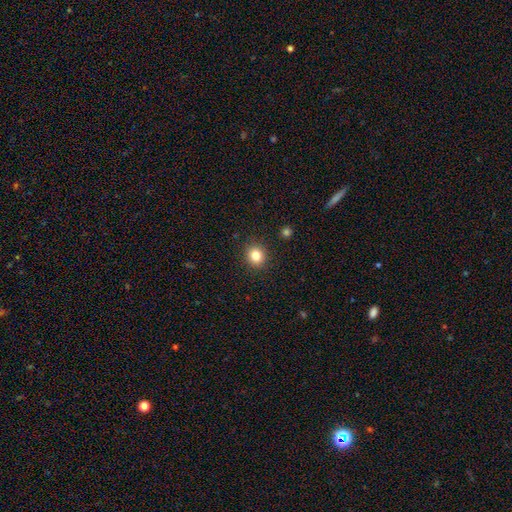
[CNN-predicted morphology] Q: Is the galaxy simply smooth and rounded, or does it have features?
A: smooth — 82%.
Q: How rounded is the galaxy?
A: round — 82%.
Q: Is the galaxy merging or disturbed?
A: none — 91%.